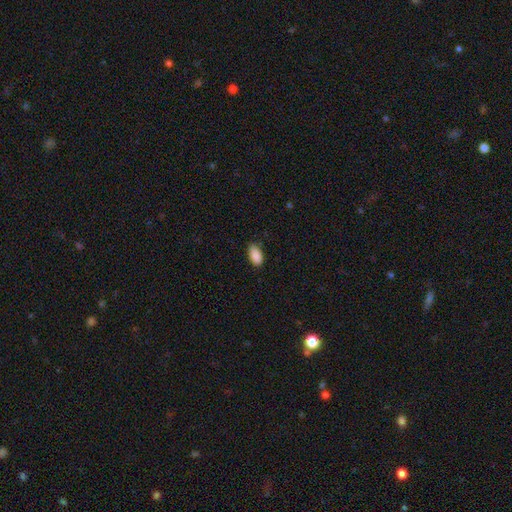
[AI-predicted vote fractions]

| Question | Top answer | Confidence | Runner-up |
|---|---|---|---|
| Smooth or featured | smooth | 90% | star or artifact (7%) |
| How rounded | in between | 94% | round (3%) |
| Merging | none | 80% | minor disturbance (16%) |